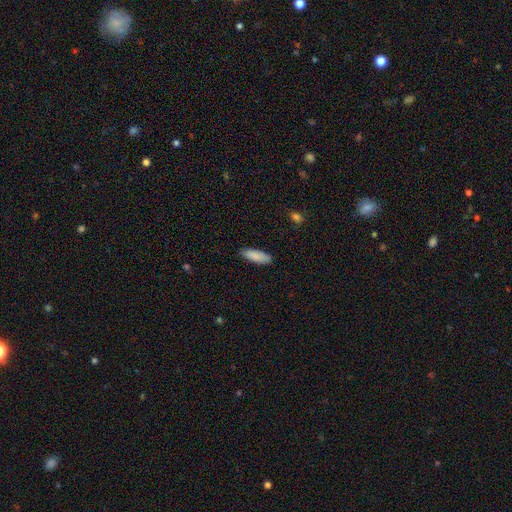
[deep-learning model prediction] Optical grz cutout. It shows a smooth galaxy with no disk features (89%) that is in between round and cigar-shaped (54%). Merging: none (87%).